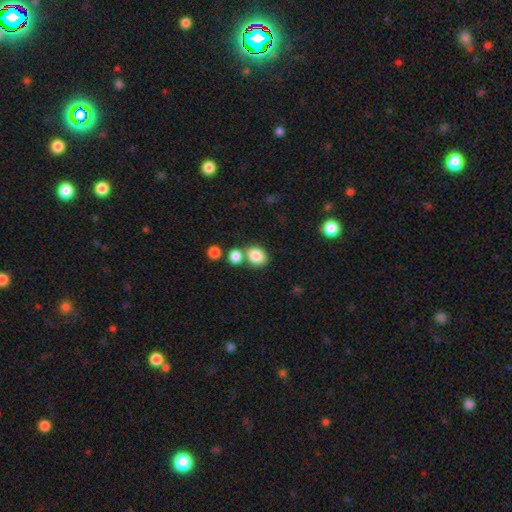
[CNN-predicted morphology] smooth 84%, star or artifact 9%, featured or disk 6%. Down the decision tree: how rounded — round (51%); merging — none (60%).